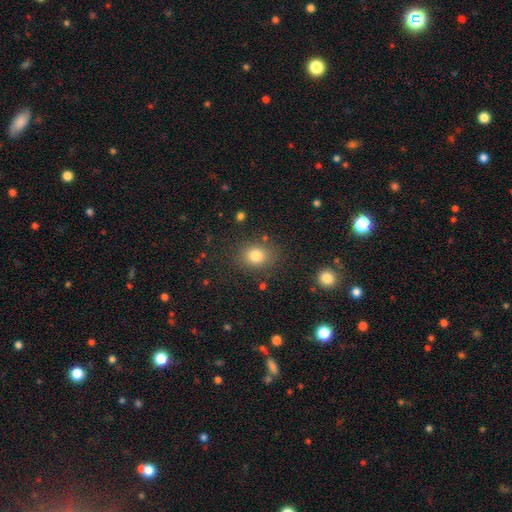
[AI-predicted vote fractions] A smooth galaxy with no disk features (81%) that is round (62%).

Vote fractions:
- Smooth or featured? smooth: 81% / star or artifact: 12% / featured or disk: 7%
- How rounded? round: 62% / in between: 38% / cigar-shaped: 1%
- Merging? none: 82% / minor disturbance: 11% / major disturbance: 4% / merger: 3%